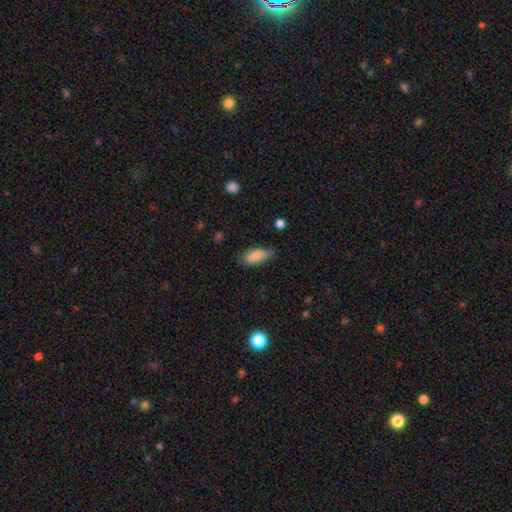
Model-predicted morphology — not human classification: A smooth galaxy with no disk features (85%) that is in between round and cigar-shaped (84%).

Vote fractions:
- Smooth or featured? smooth: 85% / featured or disk: 8% / star or artifact: 7%
- How rounded? in between: 84% / cigar-shaped: 14% / round: 2%
- Merging? none: 71% / minor disturbance: 23% / major disturbance: 4% / merger: 2%